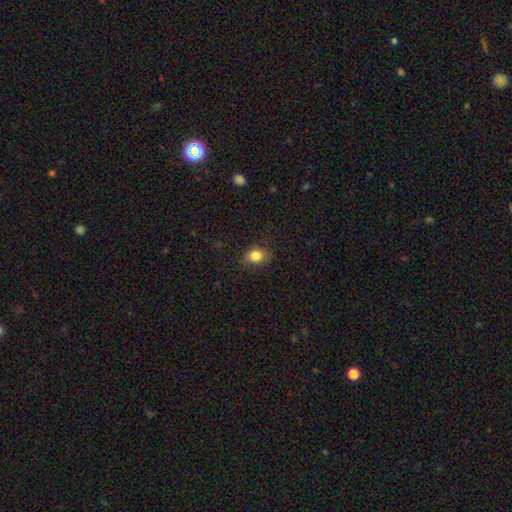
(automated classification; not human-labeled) This is clearly a smooth galaxy (84%). How rounded: possibly round (57%). Merging: clearly none (84%).